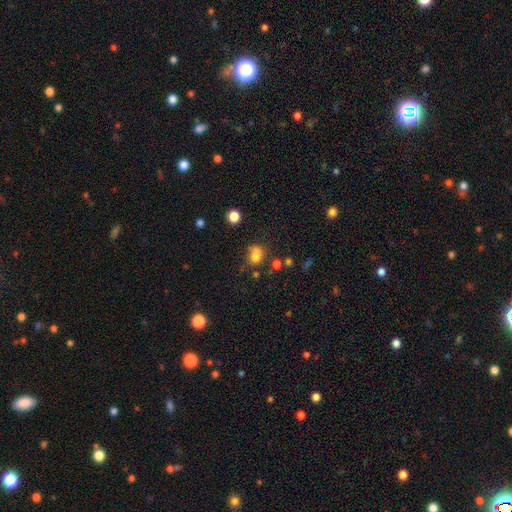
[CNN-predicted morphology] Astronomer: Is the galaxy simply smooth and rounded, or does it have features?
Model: smooth — 74%.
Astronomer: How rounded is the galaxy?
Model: round — 56% (runner-up: in between, 43%).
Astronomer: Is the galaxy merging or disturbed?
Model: none — 41% (runner-up: merger, 27%).